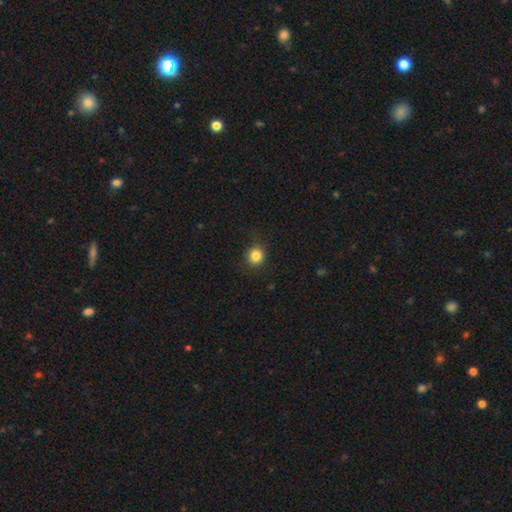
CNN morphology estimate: The model was most divided on "smooth or featured": smooth: 84%, star or artifact: 11%, featured or disk: 4%. More confident: how rounded — round (89%); merging — none (87%).